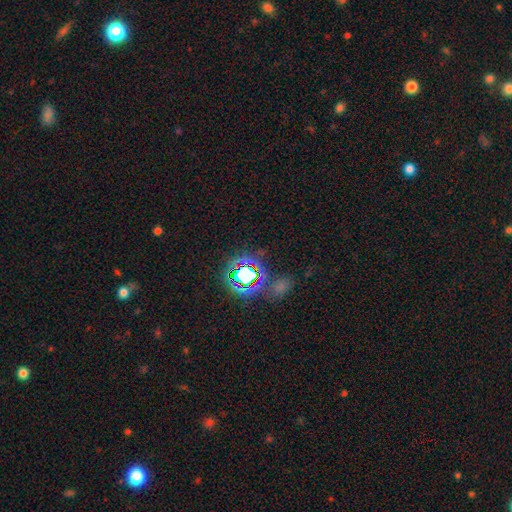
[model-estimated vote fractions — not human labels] Smooth or featured? star or artifact (75%)